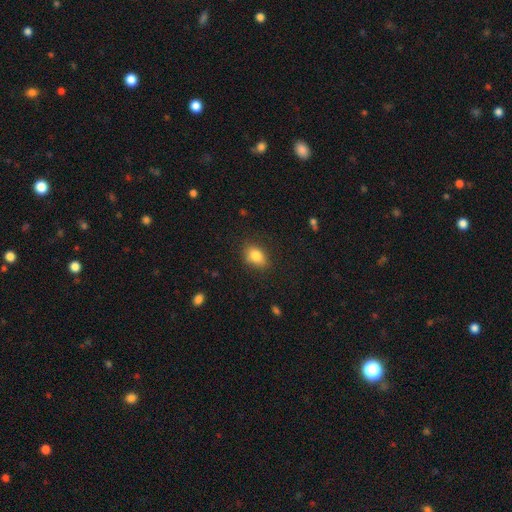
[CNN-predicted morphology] Smooth or featured? smooth (83%)
How rounded? in between (77%)
Merging? none (79%)